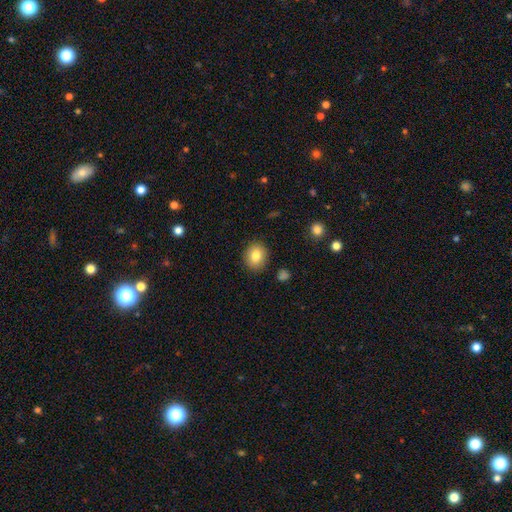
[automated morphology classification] Smooth or featured? Predicted: smooth (p=0.83). How rounded? Predicted: round (p=0.62). Merging? Predicted: none (p=0.88).